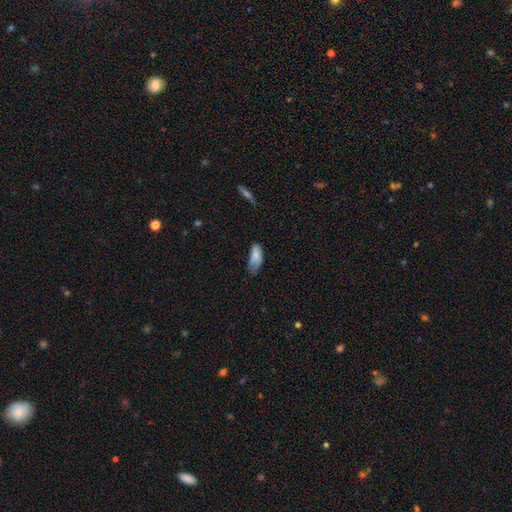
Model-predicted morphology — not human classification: Smooth or featured: smooth — 78% (featured or disk — 15%)
How rounded: in between — 85% (cigar-shaped — 12%)
Merging: minor disturbance — 41% (none — 38%)